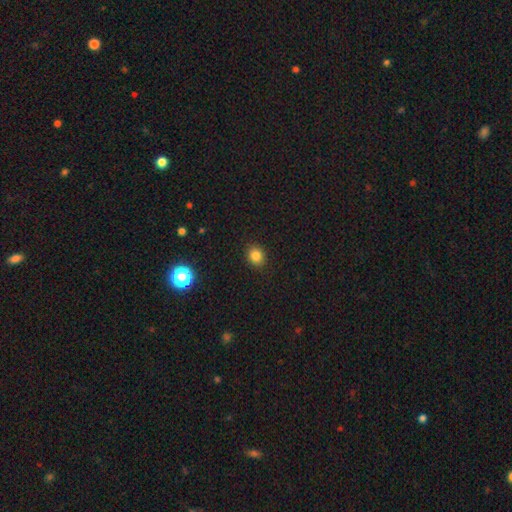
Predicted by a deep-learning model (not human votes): This appears to be a smooth galaxy with no disk features (83%) that is round (71%). Merging: none (91%).